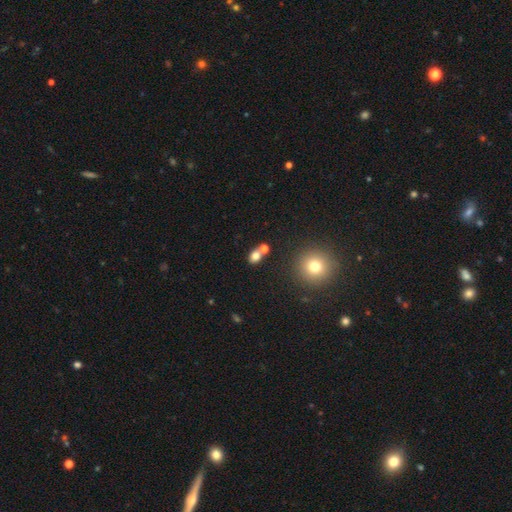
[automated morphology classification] The model was most divided on "merging": none: 52%, merger: 34%, minor disturbance: 10%, major disturbance: 4%. More confident: smooth or featured — smooth (76%); how rounded — in between (60%).